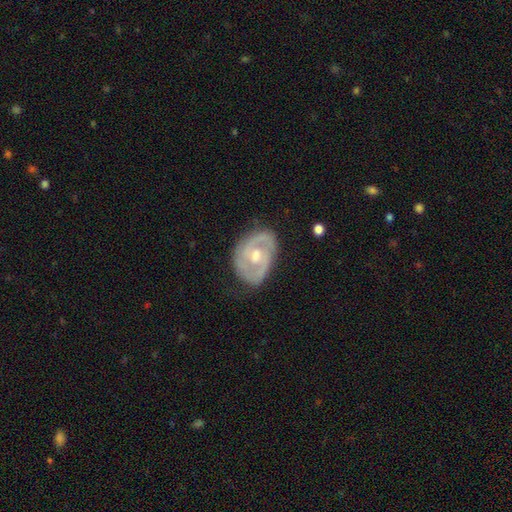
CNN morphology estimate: The model was most divided on "spiral winding": tight: 50%, medium: 38%, loose: 11%. More confident: edge-on disk — no (96%); spiral arms — yes (84%); smooth or featured — featured or disk (81%); merging — none (72%); bulge size — moderate (71%); spiral arm count — 2 (68%); bar — no (56%).